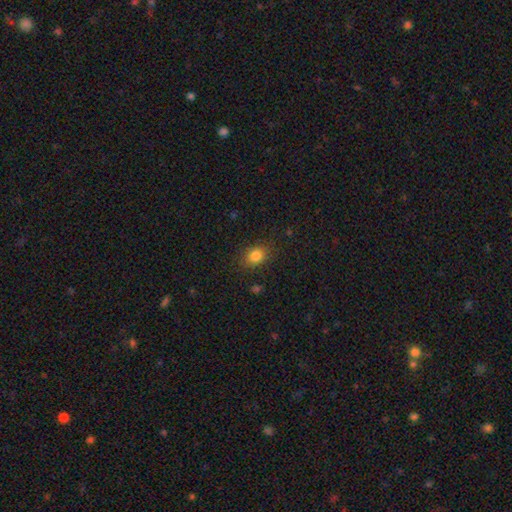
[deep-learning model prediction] Smooth or featured? Predicted: smooth (p=0.83). How rounded? Predicted: in between (p=0.58). Merging? Predicted: none (p=0.84).